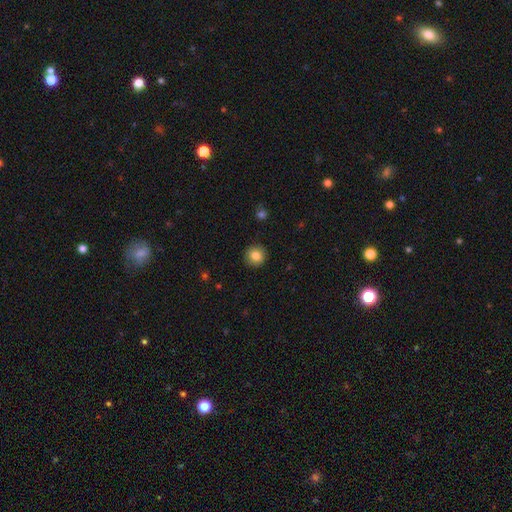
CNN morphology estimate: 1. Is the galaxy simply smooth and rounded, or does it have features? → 85% smooth, 9% star or artifact, 6% featured or disk.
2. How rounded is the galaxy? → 93% round, 6% in between, 1% cigar-shaped.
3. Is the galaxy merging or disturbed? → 92% none, 6% minor disturbance, 2% major disturbance, 1% merger.